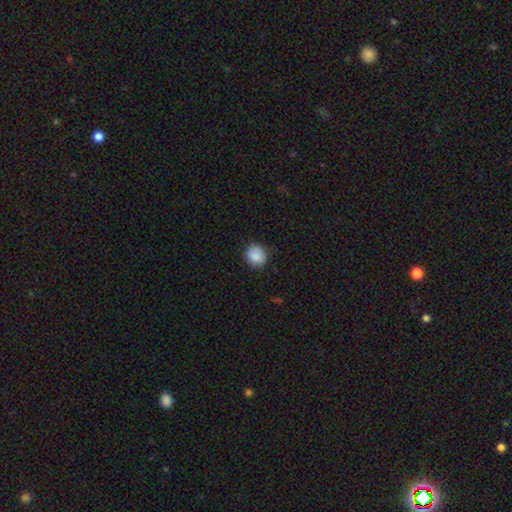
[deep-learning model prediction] A smooth galaxy with no disk features (88%) that is round (78%). Merging: none (84%).